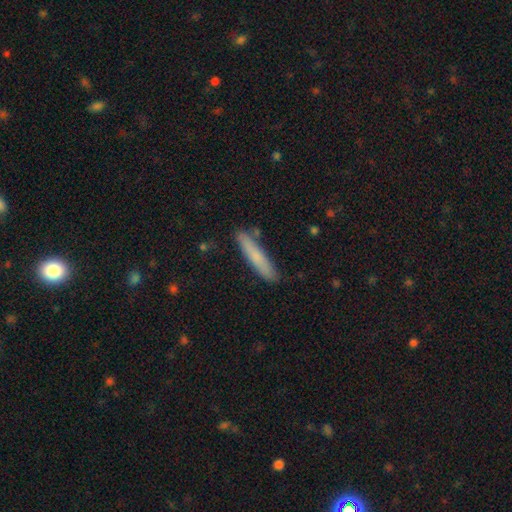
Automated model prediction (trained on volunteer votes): smooth 73%, featured or disk 21%, star or artifact 6%. Down the decision tree: how rounded — cigar-shaped (92%); merging — none (85%).